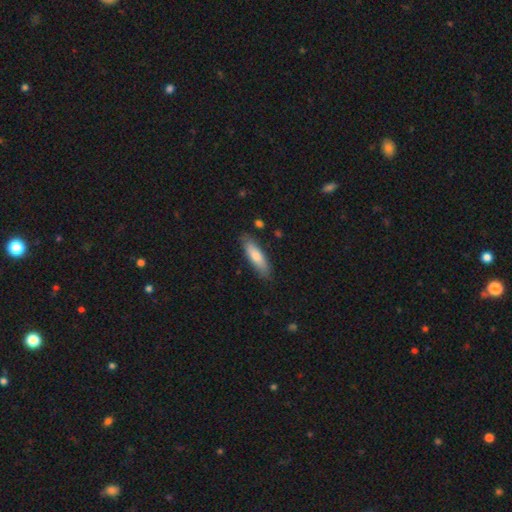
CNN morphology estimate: smooth-or-featured: smooth: 73% | featured or disk: 21% | star or artifact: 6%
  how-rounded: cigar-shaped: 57% | in between: 41% | round: 2%
  merging: none: 83% | minor disturbance: 13% | major disturbance: 2% | merger: 2%